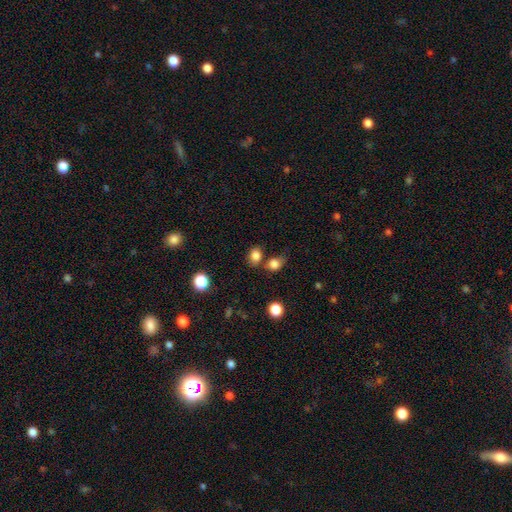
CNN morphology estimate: The model was most divided on "how rounded": in between: 52%, round: 47%, cigar-shaped: 1%. More confident: smooth or featured — smooth (83%); merging — none (62%).